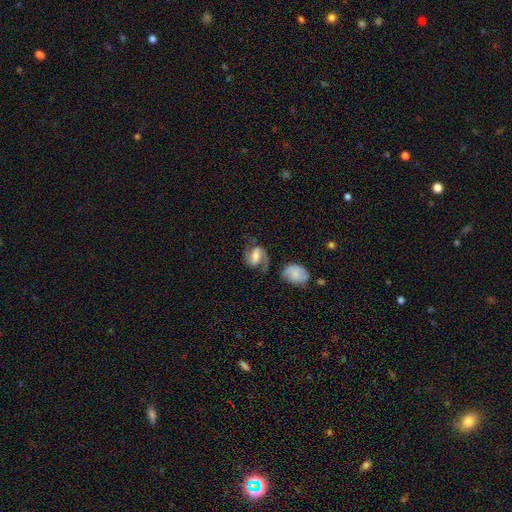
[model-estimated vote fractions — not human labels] Overall: featured or disk (79%). Edge-on disk: no (97%). Bar: weak (45%; strong 34%). Spiral arms: yes (95%). Spiral arm count: 2 (88%). Spiral winding: medium (52%; loose 30%). Bulge size: moderate (51%; small 28%). Merging: none (63%).